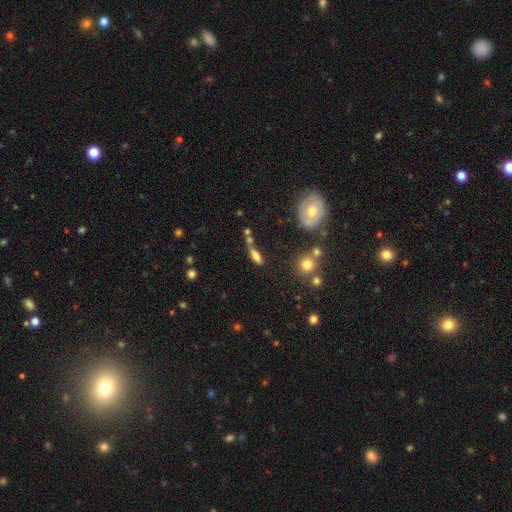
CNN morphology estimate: smooth_or_featured: smooth (p=0.66) [alt: featured or disk p=0.22]
how_rounded: in between (p=0.53) [alt: cigar-shaped p=0.41]
merging: none (p=0.49) [alt: merger p=0.24]